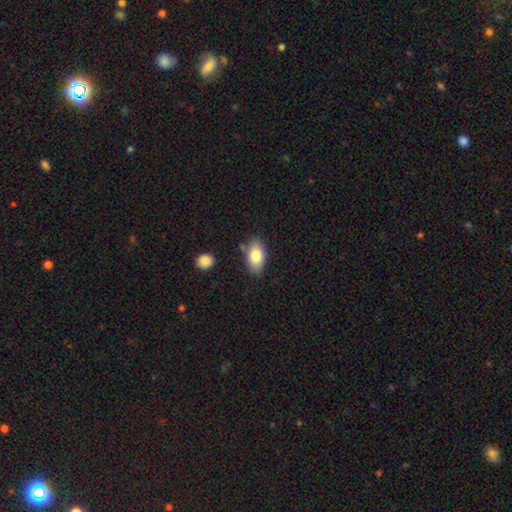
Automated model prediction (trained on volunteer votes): A smooth galaxy with no disk features (83%) that is in between round and cigar-shaped (93%).

Vote fractions:
- Smooth or featured? smooth: 83% / featured or disk: 10% / star or artifact: 7%
- How rounded? in between: 93% / round: 5% / cigar-shaped: 3%
- Merging? none: 80% / minor disturbance: 14% / merger: 4% / major disturbance: 3%